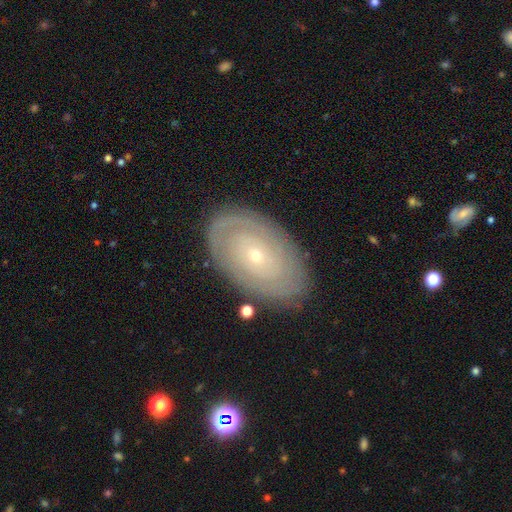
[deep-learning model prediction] Q: Smooth or featured?
A: featured or disk (74%); runner-up: smooth (19%)
Q: Edge-on disk?
A: no (94%); runner-up: yes (6%)
Q: Bar?
A: no (86%); runner-up: weak (11%)
Q: Spiral arms?
A: yes (77%); runner-up: no (23%)
Q: Spiral winding?
A: tight (82%); runner-up: medium (13%)
Q: Spiral arm count?
A: can't tell (51%); runner-up: 2 (24%)
Q: Bulge size?
A: small (81%); runner-up: moderate (16%)
Q: Merging?
A: none (84%); runner-up: minor disturbance (11%)